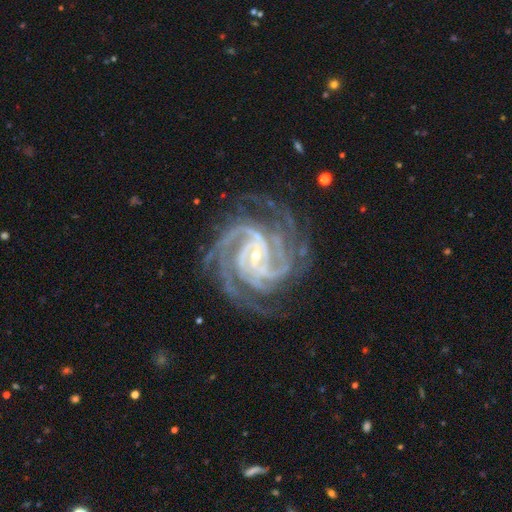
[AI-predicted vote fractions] This is clearly a featured or disk galaxy (93%). It is clearly not viewed edge-on (98%). Bar: marginally weak (39%). Spiral arm pattern: clearly yes (99%). Spiral arm count: marginally 4 (30%). Spiral winding: likely tight (68%). Central bulge: likely small (76%). Merging: likely none (75%).